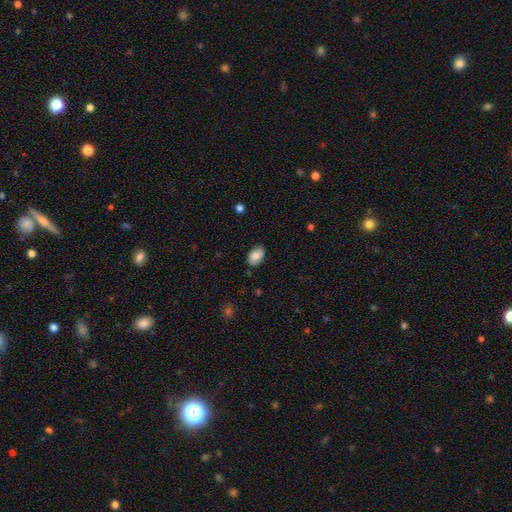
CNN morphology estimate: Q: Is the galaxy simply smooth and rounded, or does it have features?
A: smooth — 80%.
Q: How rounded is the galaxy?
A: in between — 90%.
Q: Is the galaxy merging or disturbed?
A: none — 82%.